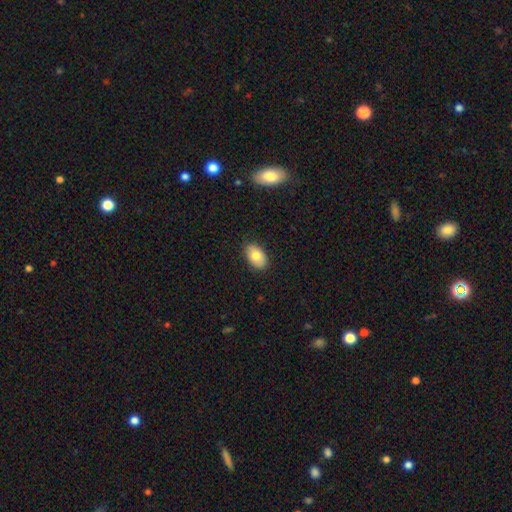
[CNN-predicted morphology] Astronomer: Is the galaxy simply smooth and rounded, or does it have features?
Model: smooth — 78%.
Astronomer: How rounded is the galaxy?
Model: in between — 90%.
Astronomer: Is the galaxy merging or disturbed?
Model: none — 86%.